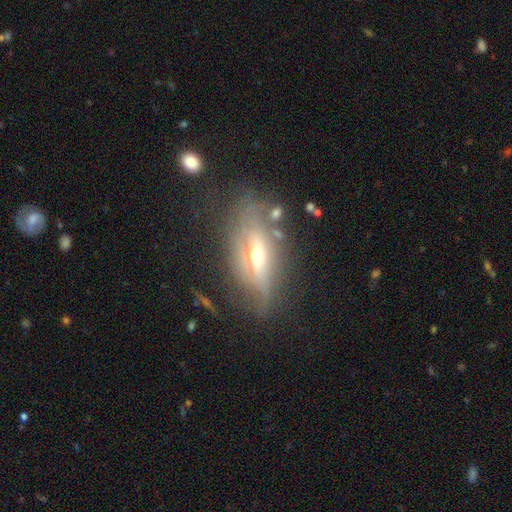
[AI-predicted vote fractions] smooth-or-featured: featured or disk: 69% | smooth: 23% | star or artifact: 8%
  disk-edge-on: yes: 62% | no: 38%
  merging: none: 59% | minor disturbance: 23% | major disturbance: 14% | merger: 5%